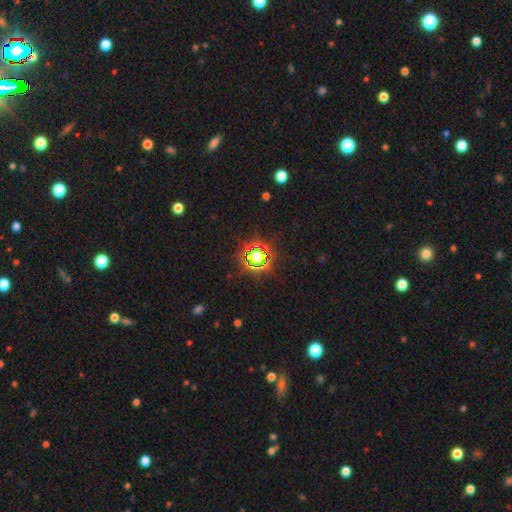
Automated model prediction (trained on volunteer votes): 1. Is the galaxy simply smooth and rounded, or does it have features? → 67% star or artifact, 23% smooth, 10% featured or disk.